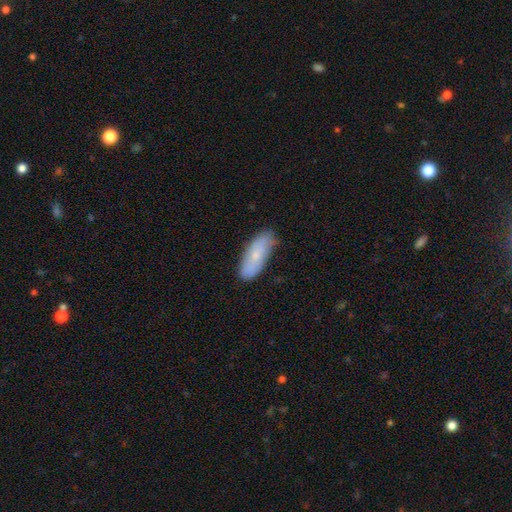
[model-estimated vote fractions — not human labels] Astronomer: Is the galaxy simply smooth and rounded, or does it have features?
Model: smooth — 68%.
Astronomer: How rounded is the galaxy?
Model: in between — 71%.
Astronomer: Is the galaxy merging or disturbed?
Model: none — 76%.